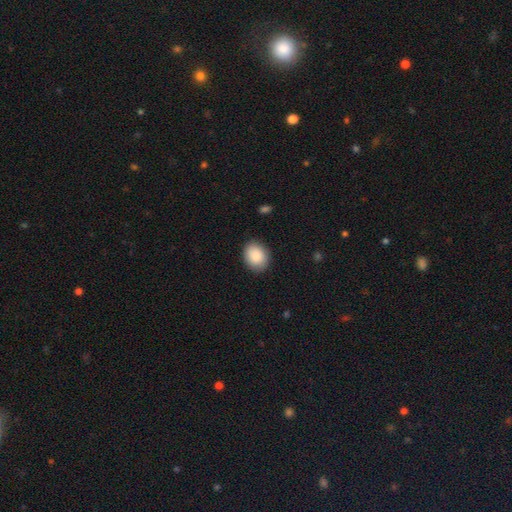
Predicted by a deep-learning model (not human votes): Q: Smooth or featured?
A: smooth (87%); runner-up: star or artifact (7%)
Q: How rounded?
A: in between (54%); runner-up: round (45%)
Q: Merging?
A: none (87%); runner-up: minor disturbance (10%)